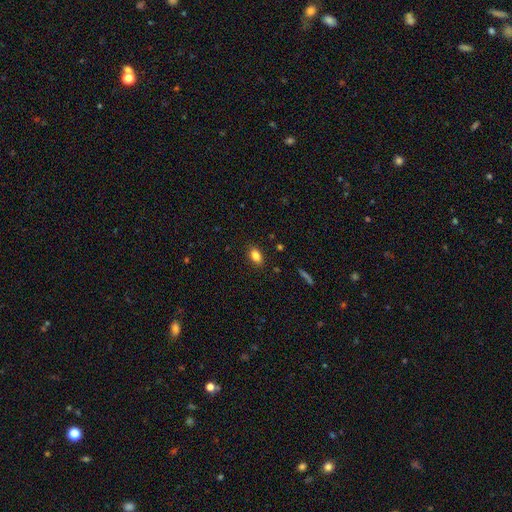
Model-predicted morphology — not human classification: This appears to be a smooth galaxy with no disk features (85%) that is in between round and cigar-shaped (87%). Merging: none (87%).